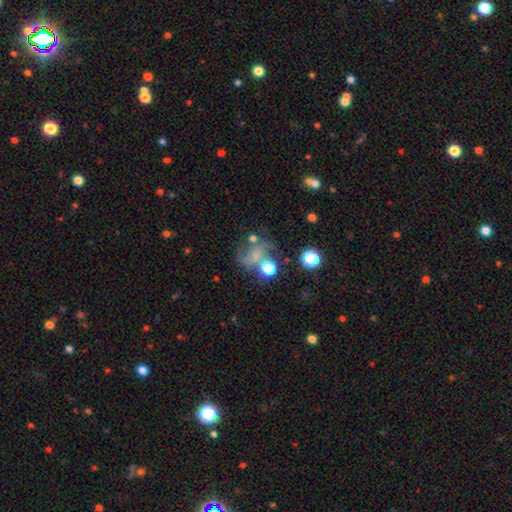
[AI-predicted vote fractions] Smooth or featured? Predicted: featured or disk (p=0.51). Edge-on disk? Predicted: no (p=0.97). Bar? Predicted: no (p=0.61). Spiral arms? Predicted: yes (p=0.80). Bulge size? Predicted: none (p=0.35). Merging? Predicted: none (p=0.45).